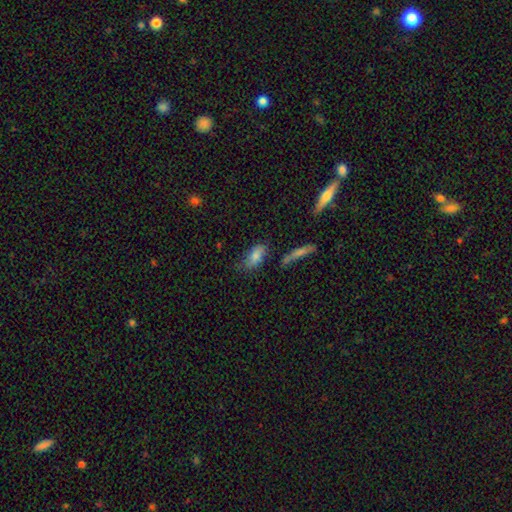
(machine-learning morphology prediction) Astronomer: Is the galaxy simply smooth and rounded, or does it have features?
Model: smooth — 78%.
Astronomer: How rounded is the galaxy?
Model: in between — 85%.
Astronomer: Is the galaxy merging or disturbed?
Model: none — 60%.